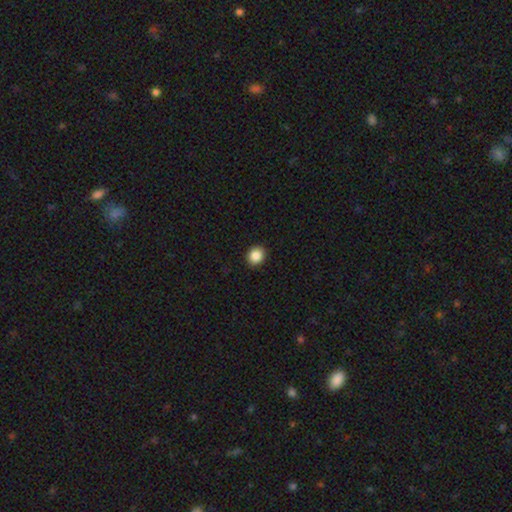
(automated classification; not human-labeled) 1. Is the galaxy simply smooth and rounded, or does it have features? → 87% smooth, 9% star or artifact, 3% featured or disk.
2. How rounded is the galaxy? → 75% round, 24% in between, 1% cigar-shaped.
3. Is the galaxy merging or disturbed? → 92% none, 6% minor disturbance, 2% major disturbance, 1% merger.